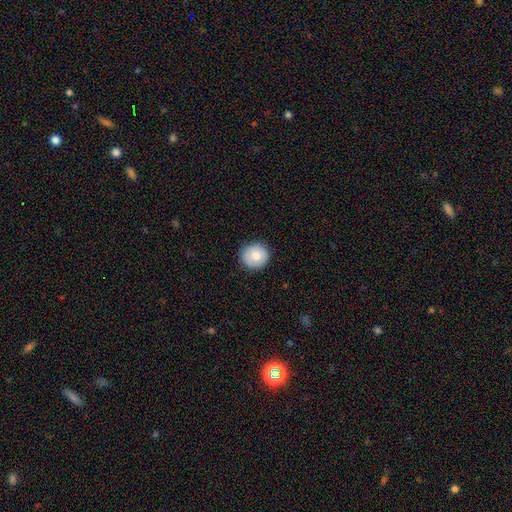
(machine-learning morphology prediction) This appears to be a smooth galaxy with no disk features (79%) that is round (93%). Merging: none (90%).